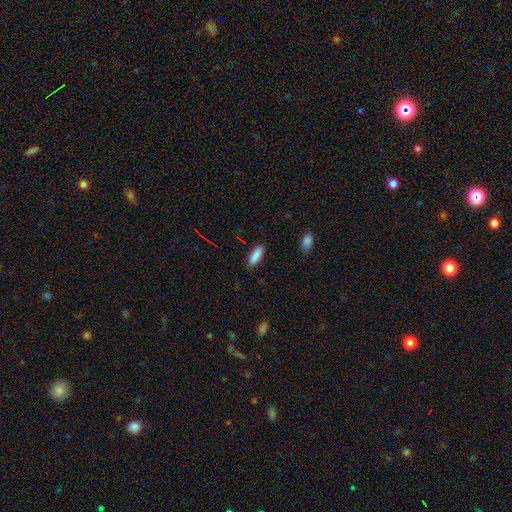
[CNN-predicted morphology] smooth-or-featured: smooth: 88% | star or artifact: 7% | featured or disk: 5%
  how-rounded: in between: 66% | cigar-shaped: 32% | round: 2%
  merging: none: 86% | minor disturbance: 10% | major disturbance: 2% | merger: 1%